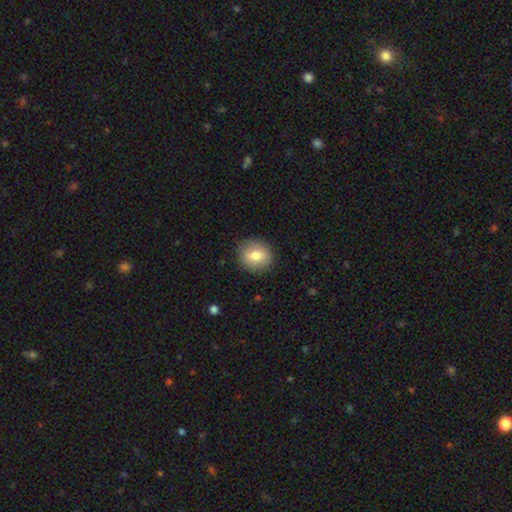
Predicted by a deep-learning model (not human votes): The model was most divided on "how rounded": round: 69%, in between: 30%, cigar-shaped: 1%. More confident: merging — none (87%); smooth or featured — smooth (74%).